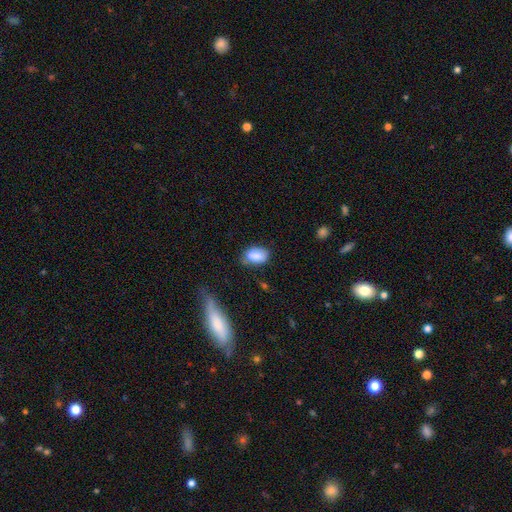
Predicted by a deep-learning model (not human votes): Smooth or featured: smooth — 82% (featured or disk — 11%)
How rounded: in between — 88% (round — 10%)
Merging: none — 64% (minor disturbance — 26%)